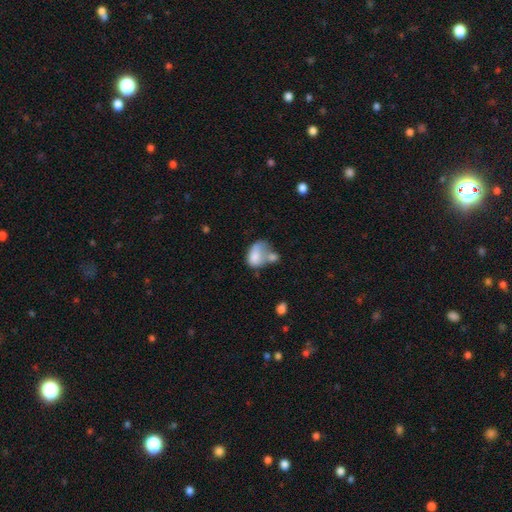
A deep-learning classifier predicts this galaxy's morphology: type=smooth (68%); roundness=in between (81%); merging=merger (49%).